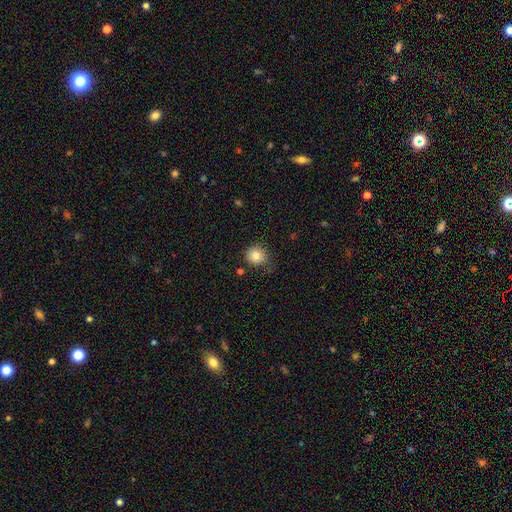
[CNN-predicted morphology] A smooth galaxy with no disk features (84%) that is round (90%). Merging: none (75%).